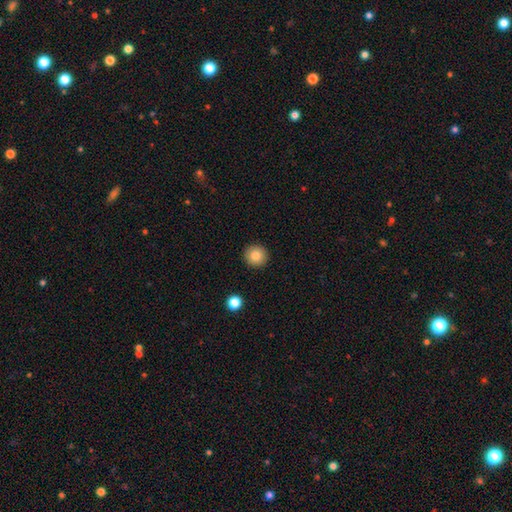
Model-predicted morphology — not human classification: smooth 84%, star or artifact 9%, featured or disk 6%. Down the decision tree: how rounded — round (94%); merging — none (92%).